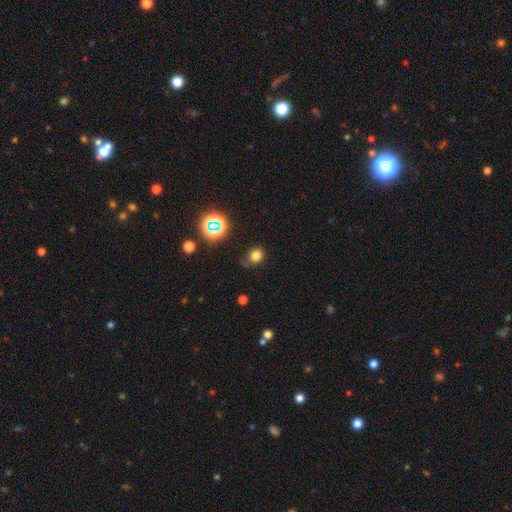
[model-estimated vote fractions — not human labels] smooth_or_featured: smooth (p=0.73) [alt: star or artifact p=0.20]
how_rounded: round (p=0.70) [alt: in between p=0.29]
merging: none (p=0.66) [alt: minor disturbance p=0.23]